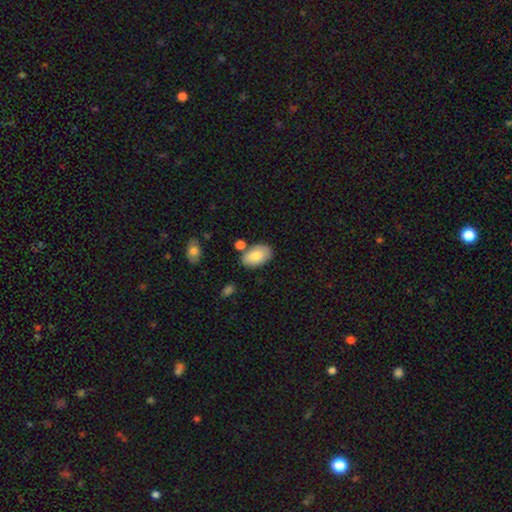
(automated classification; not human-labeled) A smooth galaxy with no disk features (82%) that is in between round and cigar-shaped (93%). Merging: none (73%).